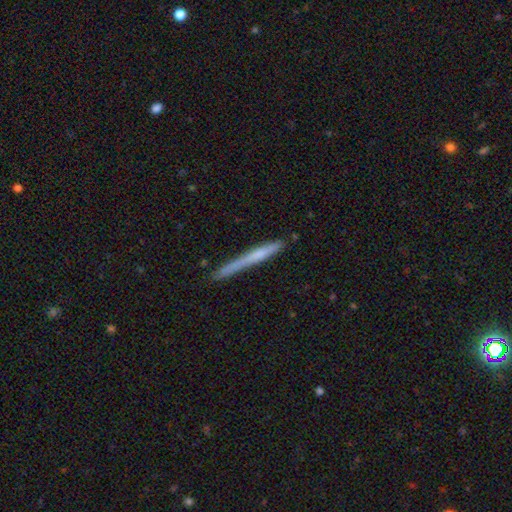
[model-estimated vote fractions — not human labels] Smooth or featured: smooth — 52% (featured or disk — 41%)
How rounded: cigar-shaped — 97% (in between — 2%)
Merging: none — 79% (minor disturbance — 16%)